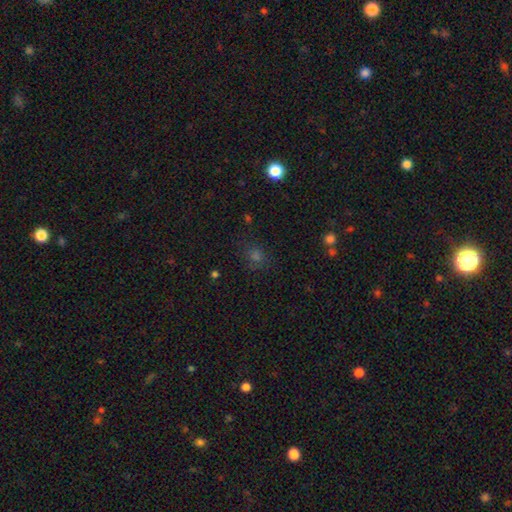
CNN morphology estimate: smooth 57%, star or artifact 35%, featured or disk 8%. Down the decision tree: how rounded — round (75%); merging — none (79%).